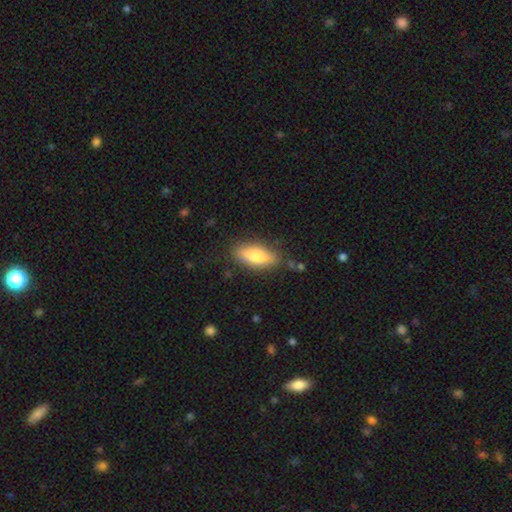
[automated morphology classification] smooth 74%, featured or disk 20%, star or artifact 7%. Down the decision tree: how rounded — in between (72%); merging — none (82%).